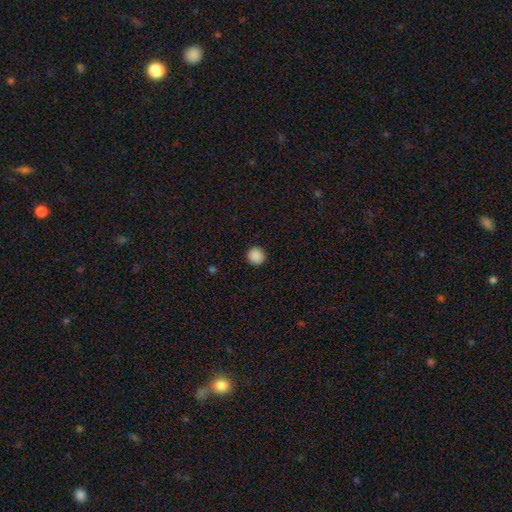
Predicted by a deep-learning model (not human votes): Smooth or featured?
  - smooth: 89% *
  - star or artifact: 9%
  - featured or disk: 2%
How rounded?
  - round: 93% *
  - in between: 6%
  - cigar-shaped: 1%
Merging?
  - none: 92% *
  - minor disturbance: 5%
  - major disturbance: 2%
  - merger: 1%